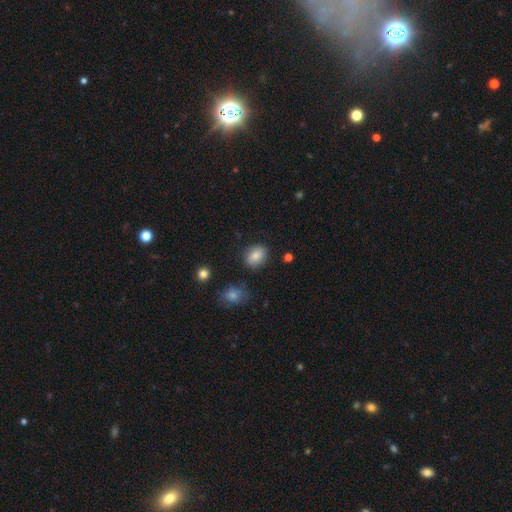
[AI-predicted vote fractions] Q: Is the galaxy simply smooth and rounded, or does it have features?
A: smooth — 83%.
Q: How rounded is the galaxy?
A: in between — 59%.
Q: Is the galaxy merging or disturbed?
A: none — 85%.